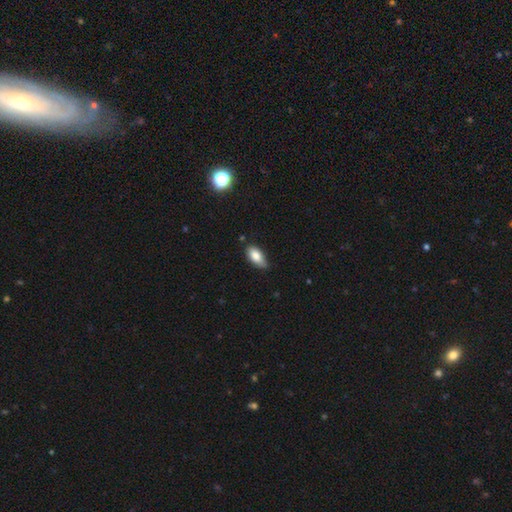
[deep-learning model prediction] A smooth galaxy with no disk features (81%) that is in between round and cigar-shaped (90%). Merging: none (70%).